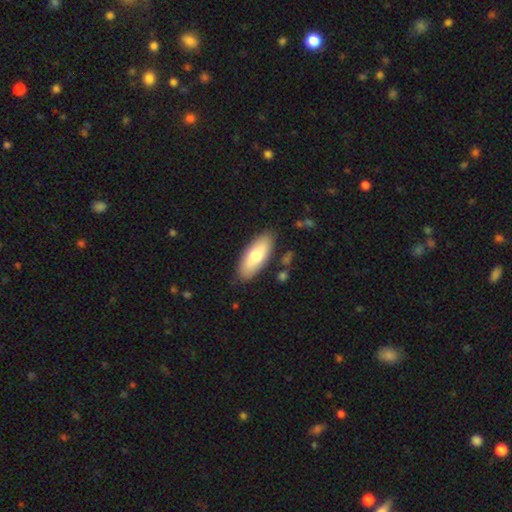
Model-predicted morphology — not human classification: Q: Smooth or featured?
A: smooth (70%); runner-up: featured or disk (25%)
Q: How rounded?
A: in between (79%); runner-up: cigar-shaped (19%)
Q: Merging?
A: none (85%); runner-up: minor disturbance (11%)